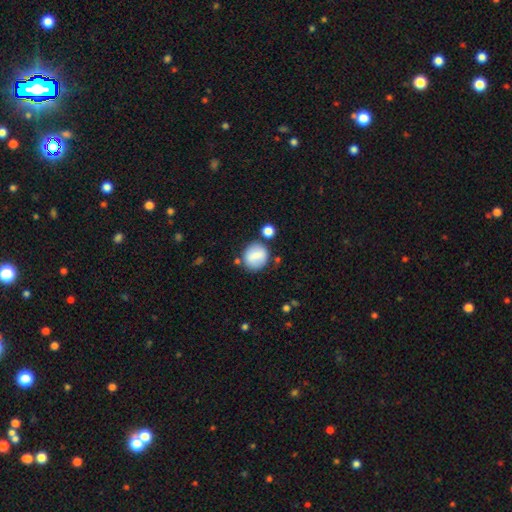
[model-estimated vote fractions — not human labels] Smooth or featured? Predicted: smooth (p=0.75). How rounded? Predicted: round (p=0.77). Merging? Predicted: none (p=0.71).